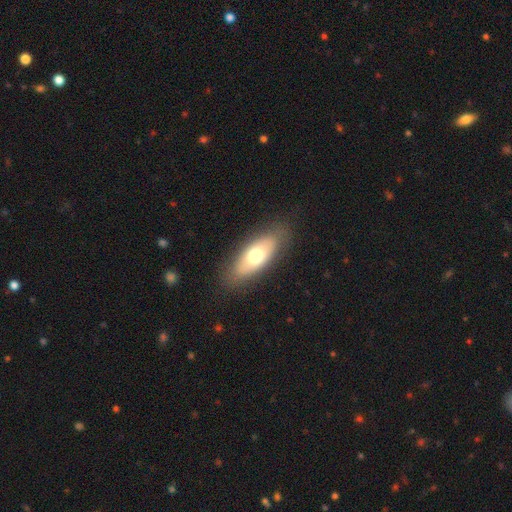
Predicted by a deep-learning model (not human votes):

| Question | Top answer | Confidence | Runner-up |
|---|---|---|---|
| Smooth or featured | smooth | 65% | featured or disk (28%) |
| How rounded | in between | 79% | cigar-shaped (18%) |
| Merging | none | 83% | minor disturbance (12%) |